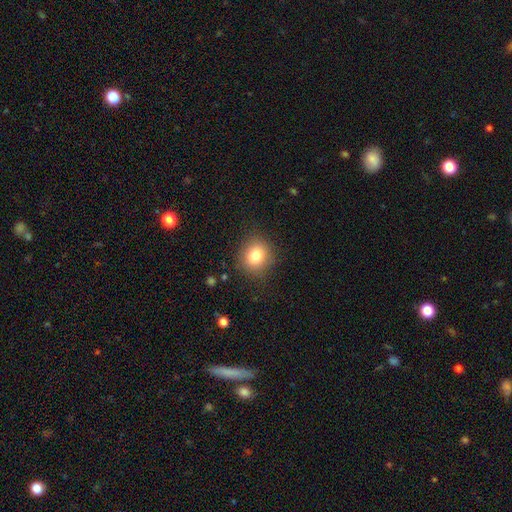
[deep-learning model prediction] Smooth or featured? smooth (80%)
How rounded? round (83%)
Merging? none (86%)